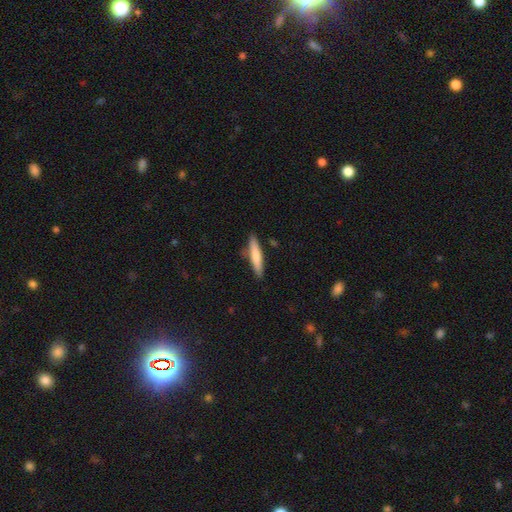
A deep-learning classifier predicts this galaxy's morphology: The model was most divided on "smooth or featured": smooth: 72%, featured or disk: 22%, star or artifact: 5%. More confident: how rounded — cigar-shaped (88%); merging — none (85%).